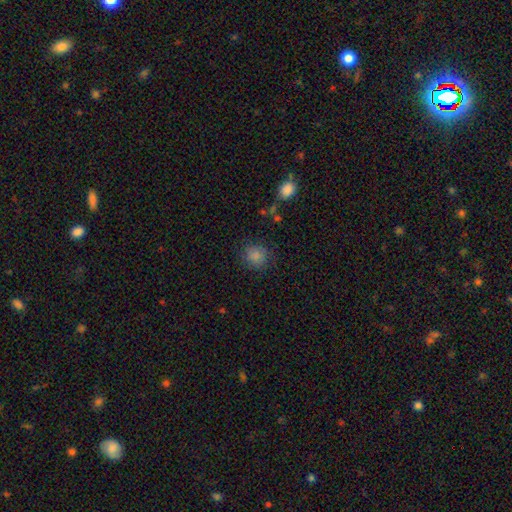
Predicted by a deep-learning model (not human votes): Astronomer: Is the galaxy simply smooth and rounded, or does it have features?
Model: smooth — 85%.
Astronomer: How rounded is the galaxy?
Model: round — 86%.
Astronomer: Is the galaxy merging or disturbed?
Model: none — 82%.